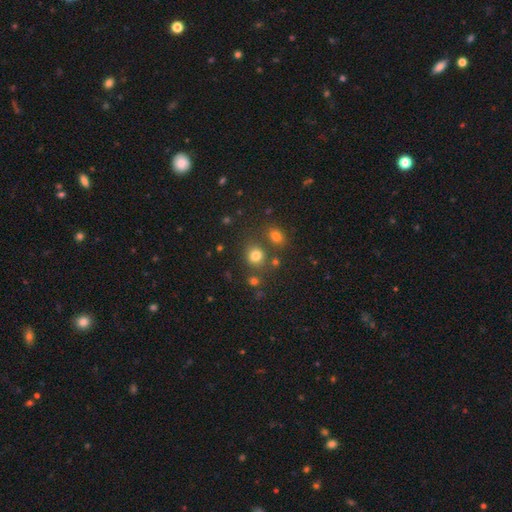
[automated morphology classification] type=smooth (78%); roundness=round (74%); merging=none (70%).